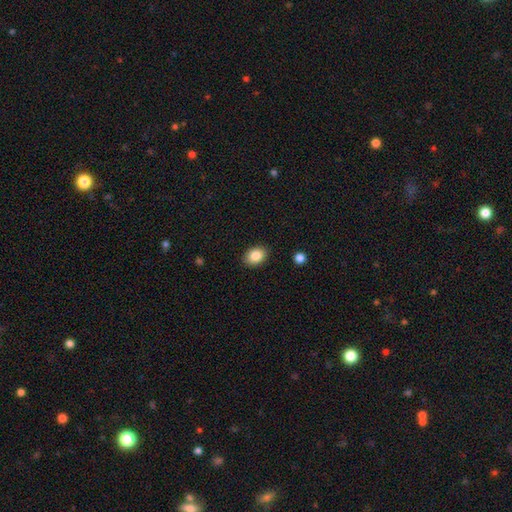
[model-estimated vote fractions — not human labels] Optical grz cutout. It shows a smooth galaxy with no disk features (86%) that is in between round and cigar-shaped (72%). Merging: none (88%).